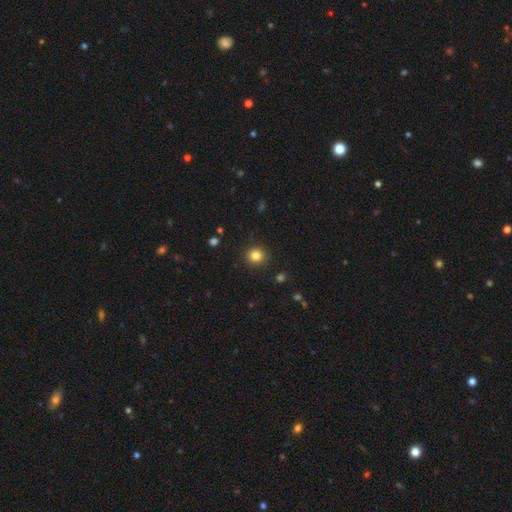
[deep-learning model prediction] Smooth or featured: smooth — 83% (star or artifact — 12%)
How rounded: round — 92% (in between — 7%)
Merging: none — 91% (minor disturbance — 6%)